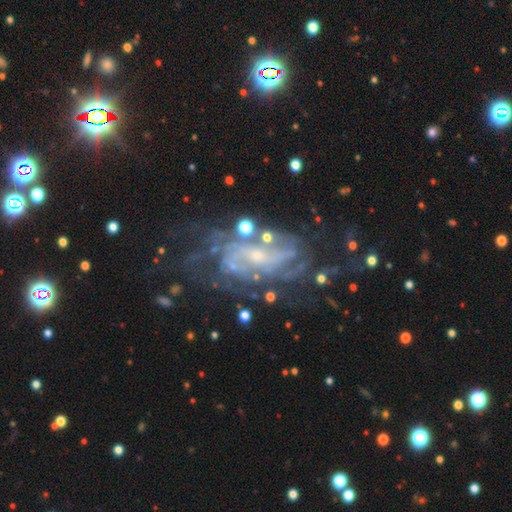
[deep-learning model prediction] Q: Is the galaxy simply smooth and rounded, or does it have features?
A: featured or disk — 82%.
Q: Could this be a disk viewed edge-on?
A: no — 95%.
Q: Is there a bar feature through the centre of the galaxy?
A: no — 51%.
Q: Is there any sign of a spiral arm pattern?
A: yes — 90%.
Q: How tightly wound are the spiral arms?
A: tight — 48%.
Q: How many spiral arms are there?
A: can't tell — 41%.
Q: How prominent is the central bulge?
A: small — 69%.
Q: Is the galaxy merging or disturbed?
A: none — 60%.